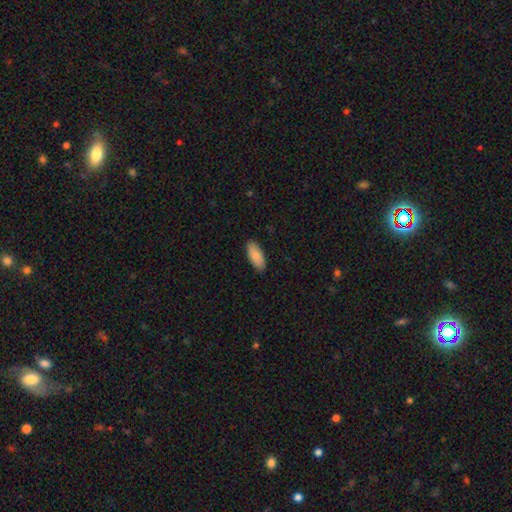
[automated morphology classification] Smooth or featured?
  - smooth: 85% *
  - featured or disk: 9%
  - star or artifact: 6%
How rounded?
  - in between: 85% *
  - cigar-shaped: 14%
  - round: 2%
Merging?
  - none: 89% *
  - minor disturbance: 9%
  - major disturbance: 2%
  - merger: 1%